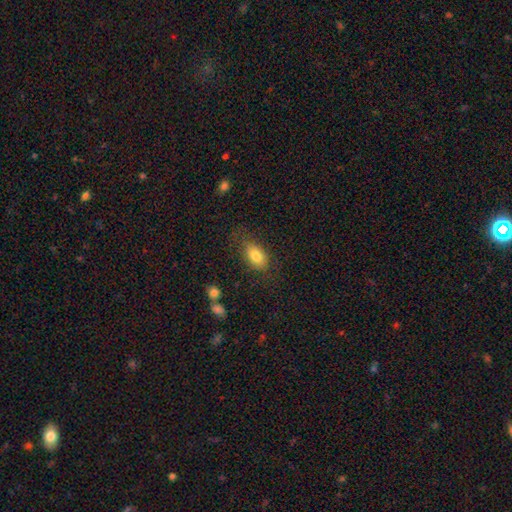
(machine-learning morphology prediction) smooth 81%, featured or disk 11%, star or artifact 8%. Down the decision tree: how rounded — in between (89%); merging — none (74%).